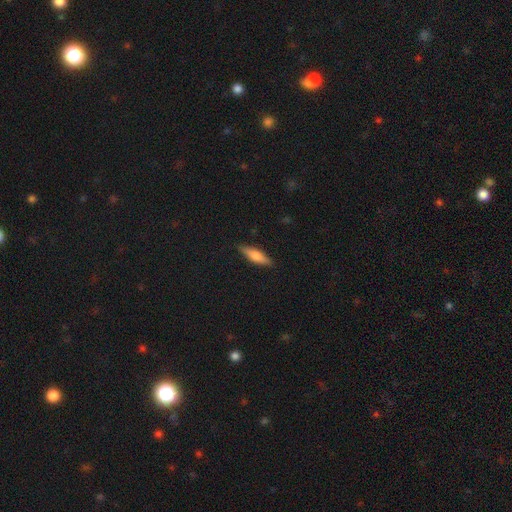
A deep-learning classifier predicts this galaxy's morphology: Smooth or featured? smooth (63%)
How rounded? cigar-shaped (65%)
Merging? none (87%)